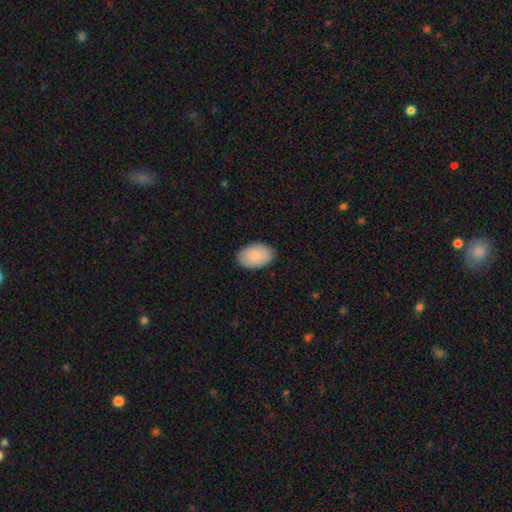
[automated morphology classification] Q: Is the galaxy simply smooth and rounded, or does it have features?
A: smooth — 88%.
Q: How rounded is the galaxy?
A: in between — 92%.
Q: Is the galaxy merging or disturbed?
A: none — 87%.